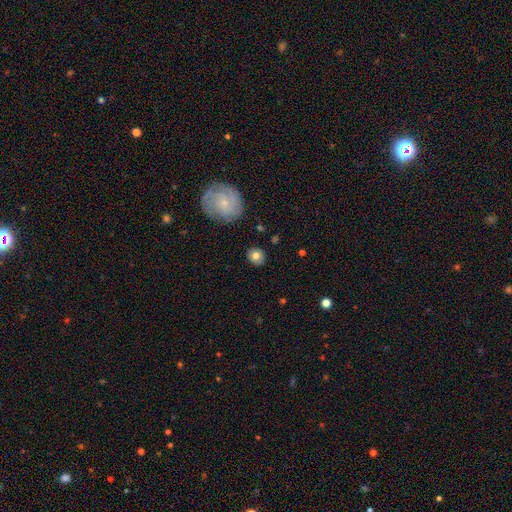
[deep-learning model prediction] This appears to be a smooth galaxy with no disk features (75%) that is round (84%). Merging: none (86%).